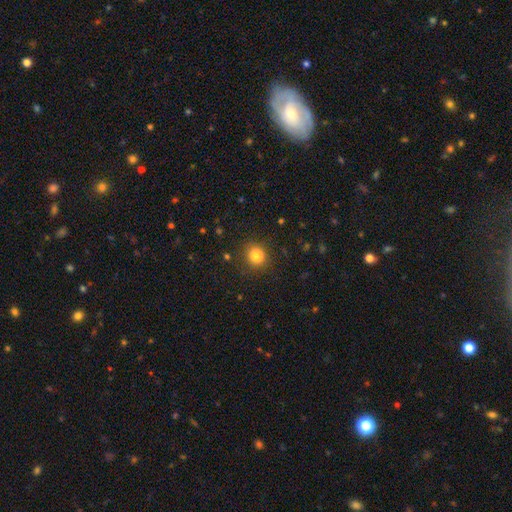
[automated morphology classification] smooth-or-featured: smooth: 81% | star or artifact: 13% | featured or disk: 6%
  how-rounded: round: 87% | in between: 13% | cigar-shaped: 1%
  merging: none: 80% | minor disturbance: 12% | major disturbance: 4% | merger: 4%